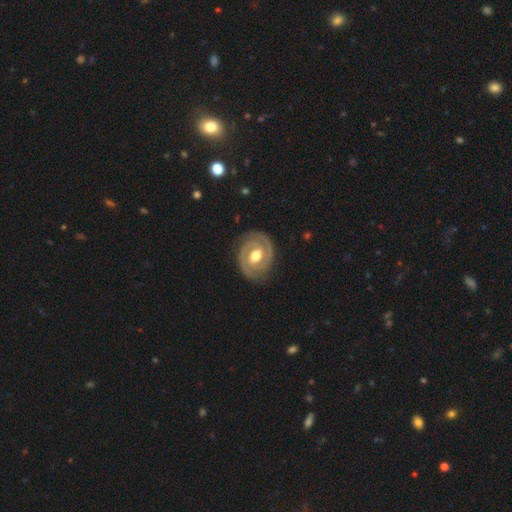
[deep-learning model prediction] smooth_or_featured: featured or disk (p=0.89) [alt: smooth p=0.08]
disk_edge_on: no (p=0.98) [alt: yes p=0.02]
bar: weak (p=0.43) [alt: no p=0.37]
has_spiral_arms: yes (p=0.95) [alt: no p=0.05]
spiral_winding: tight (p=0.70) [alt: medium p=0.25]
spiral_arm_count: 2 (p=0.91) [alt: can't tell p=0.03]
bulge_size: moderate (p=0.75) [alt: large p=0.16]
merging: none (p=0.85) [alt: minor disturbance p=0.11]